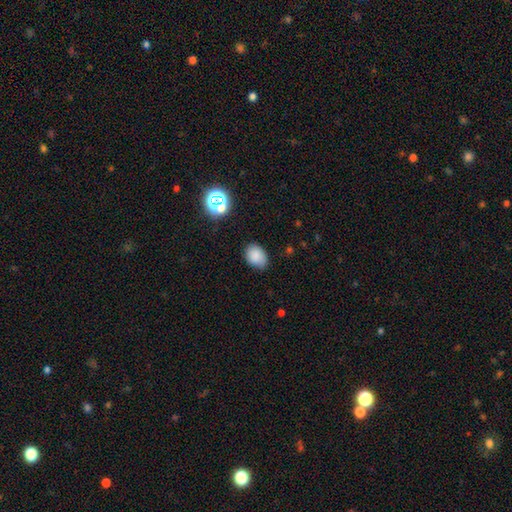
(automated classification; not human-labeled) Smooth or featured? smooth (83%)
How rounded? in between (70%)
Merging? none (76%)